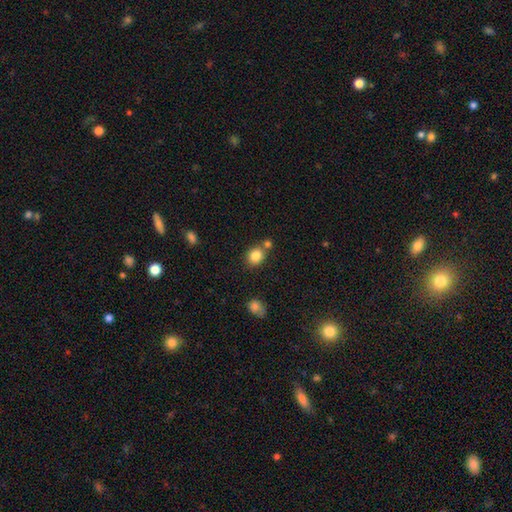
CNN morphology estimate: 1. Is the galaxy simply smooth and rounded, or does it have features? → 84% smooth, 10% star or artifact, 6% featured or disk.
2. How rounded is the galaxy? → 67% round, 32% in between, 1% cigar-shaped.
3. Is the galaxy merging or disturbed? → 64% none, 22% merger, 11% minor disturbance, 3% major disturbance.